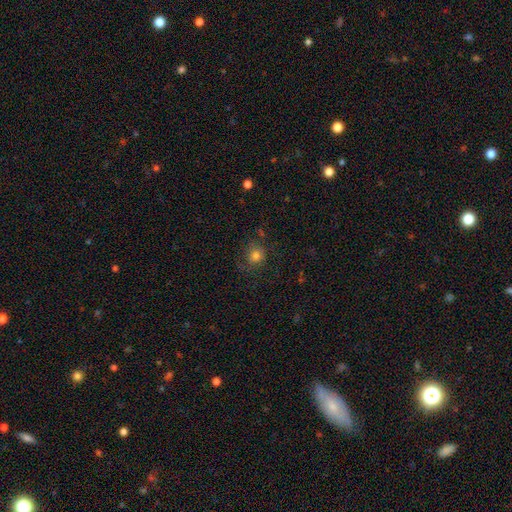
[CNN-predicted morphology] type=smooth (77%); roundness=round (82%); merging=none (70%).